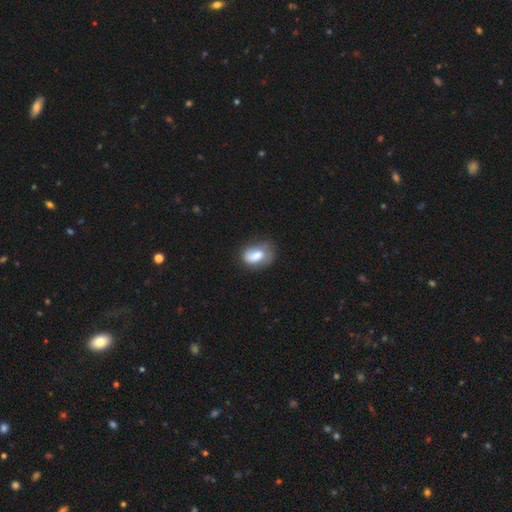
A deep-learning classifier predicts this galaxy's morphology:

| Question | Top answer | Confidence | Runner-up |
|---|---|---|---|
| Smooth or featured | smooth | 70% | featured or disk (22%) |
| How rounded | in between | 83% | round (15%) |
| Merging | none | 49% | minor disturbance (31%) |